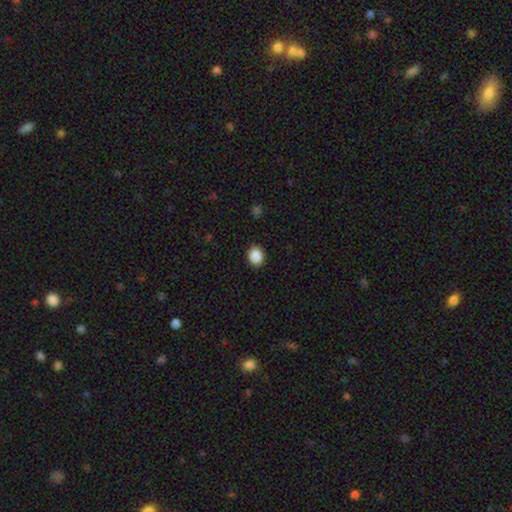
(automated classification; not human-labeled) Morphology: type=smooth (88%); roundness=round (54%); merging=none (90%).